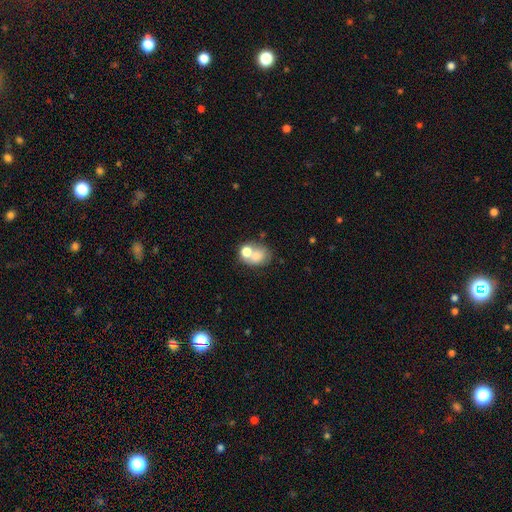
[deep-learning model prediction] Smooth or featured: smooth — 69% (featured or disk — 20%)
How rounded: round — 51% (in between — 48%)
Merging: merger — 48% (none — 35%)